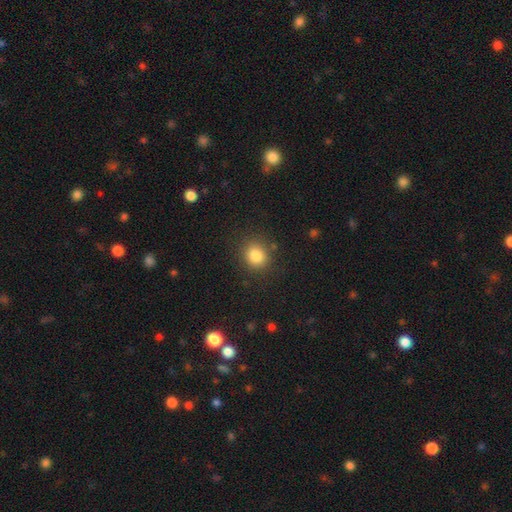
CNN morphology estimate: Smooth or featured? smooth (83%)
How rounded? round (76%)
Merging? none (85%)